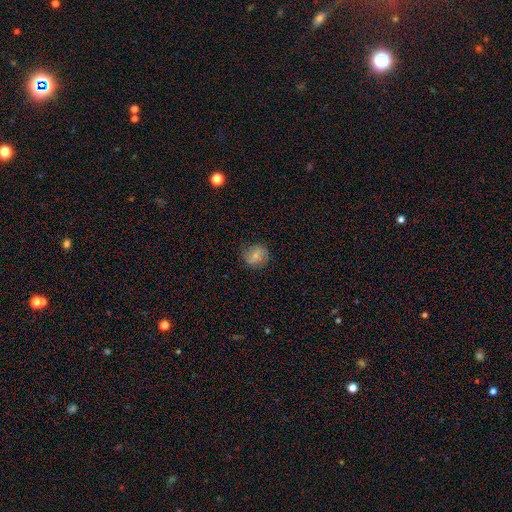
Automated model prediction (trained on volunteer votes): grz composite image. It shows a smooth galaxy with no disk features (62%) that is round (81%). Merging: none (78%).